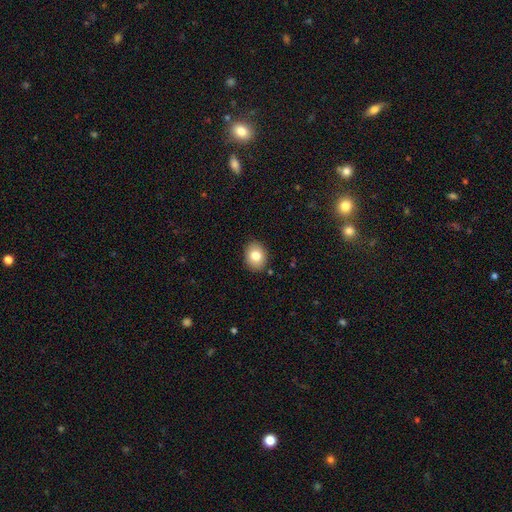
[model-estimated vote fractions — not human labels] This is clearly a smooth galaxy (80%). How rounded: possibly in between (50%). Merging: clearly none (88%).